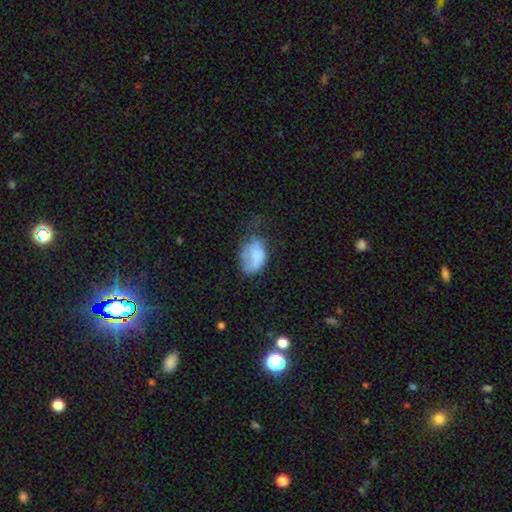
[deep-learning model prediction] smooth-or-featured: smooth: 65% | featured or disk: 26% | star or artifact: 9%
  how-rounded: in between: 81% | round: 18% | cigar-shaped: 1%
  merging: minor disturbance: 33% | none: 32% | major disturbance: 32% | merger: 3%